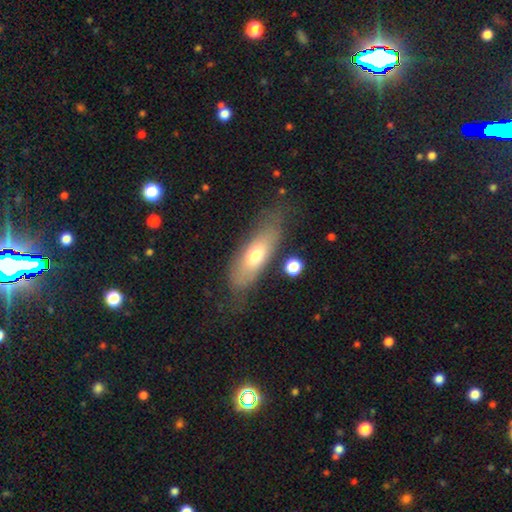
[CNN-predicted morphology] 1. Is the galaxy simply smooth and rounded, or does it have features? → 60% smooth, 33% featured or disk, 7% star or artifact.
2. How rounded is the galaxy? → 65% in between, 32% cigar-shaped, 3% round.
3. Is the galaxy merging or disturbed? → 68% none, 21% minor disturbance, 8% major disturbance, 3% merger.